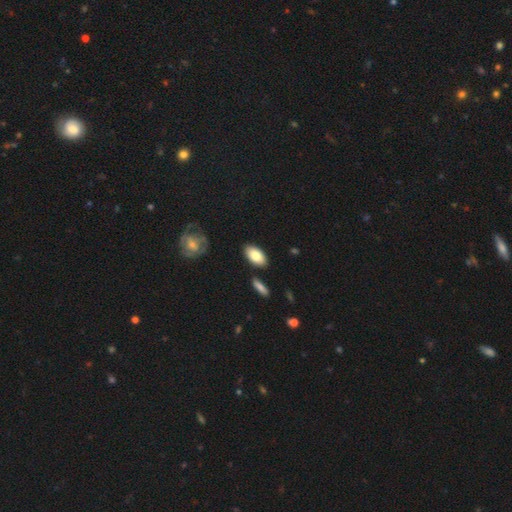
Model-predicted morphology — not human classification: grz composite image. It shows a smooth galaxy with no disk features (84%) that is in between round and cigar-shaped (93%). Merging: none (84%).